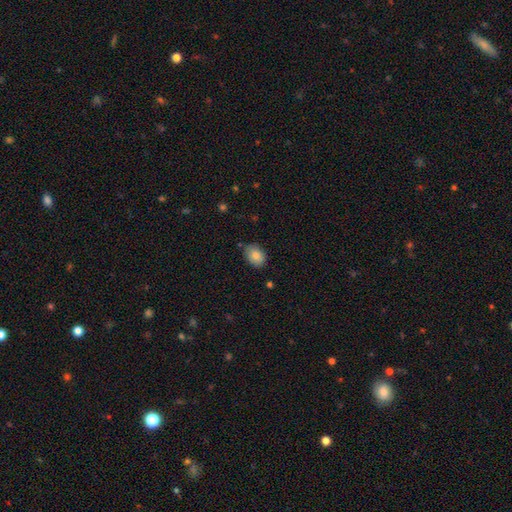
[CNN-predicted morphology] smooth_or_featured: smooth (p=0.85) [alt: star or artifact p=0.08]
how_rounded: in between (p=0.71) [alt: round p=0.28]
merging: none (p=0.78) [alt: minor disturbance p=0.17]